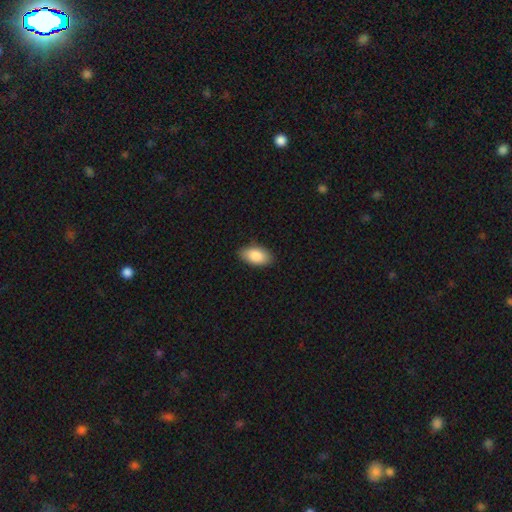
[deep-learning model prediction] Smooth or featured?
  - smooth: 86% *
  - featured or disk: 7%
  - star or artifact: 6%
How rounded?
  - in between: 94% *
  - round: 4%
  - cigar-shaped: 2%
Merging?
  - none: 87% *
  - minor disturbance: 10%
  - major disturbance: 2%
  - merger: 1%